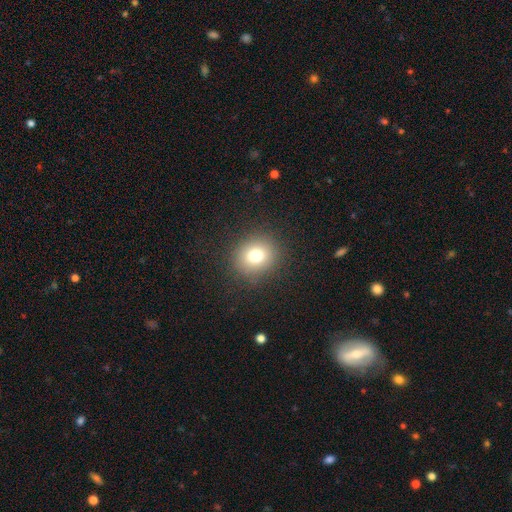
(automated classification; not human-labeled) smooth 76%, star or artifact 14%, featured or disk 10%. Down the decision tree: how rounded — round (80%); merging — none (88%).